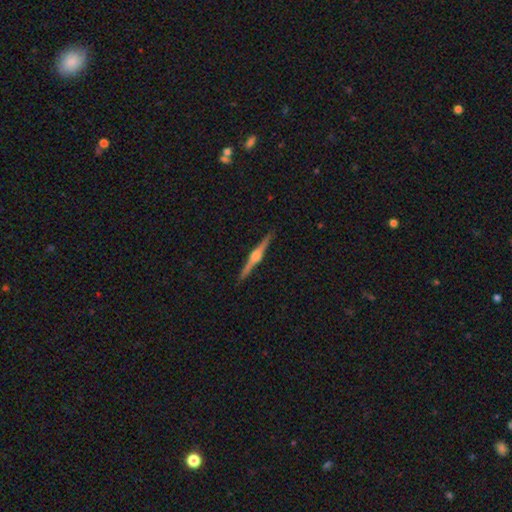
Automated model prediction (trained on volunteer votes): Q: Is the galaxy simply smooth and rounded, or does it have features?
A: featured or disk — 84%.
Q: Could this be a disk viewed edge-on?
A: yes — 99%.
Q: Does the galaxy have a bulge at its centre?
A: rounded — 90%.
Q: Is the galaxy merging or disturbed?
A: none — 92%.